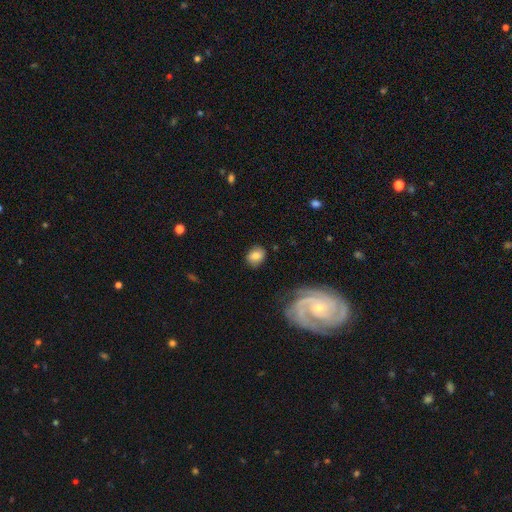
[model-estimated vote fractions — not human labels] smooth_or_featured: smooth (p=0.74) [alt: featured or disk p=0.17]
how_rounded: round (p=0.54) [alt: in between p=0.45]
merging: none (p=0.80) [alt: minor disturbance p=0.13]